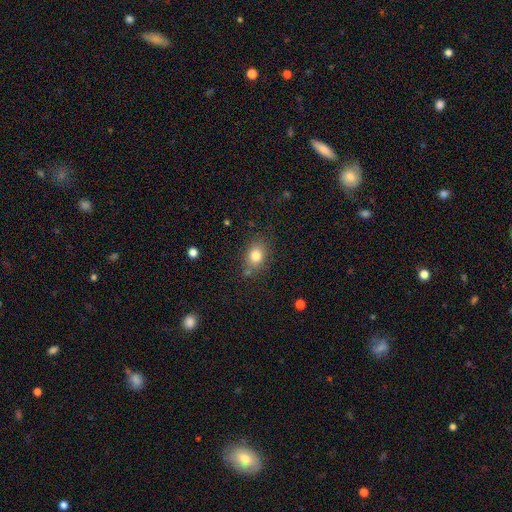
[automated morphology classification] Overall: smooth (81%). How rounded: in between (60%; round 39%). Merging: none (76%).